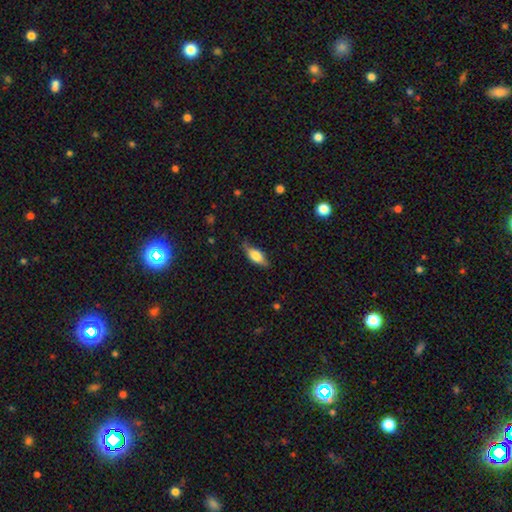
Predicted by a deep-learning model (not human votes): Smooth or featured? smooth (70%)
How rounded? in between (75%)
Merging? none (72%)